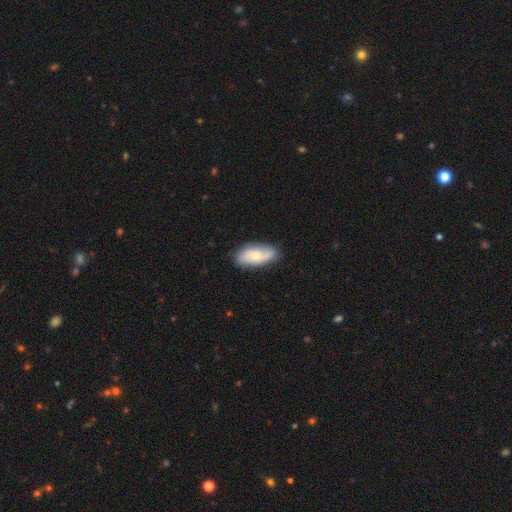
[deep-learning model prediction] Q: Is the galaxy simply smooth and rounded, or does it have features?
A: smooth — 49%.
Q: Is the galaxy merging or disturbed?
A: none — 78%.